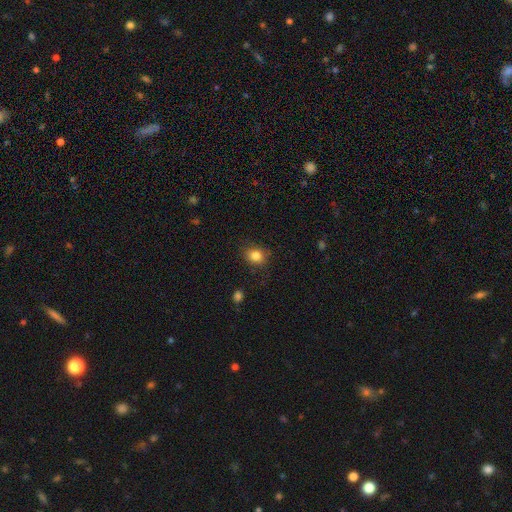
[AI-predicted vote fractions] Smooth or featured?
  - smooth: 84% *
  - star or artifact: 11%
  - featured or disk: 5%
How rounded?
  - round: 59% *
  - in between: 40%
  - cigar-shaped: 1%
Merging?
  - none: 82% *
  - minor disturbance: 13%
  - major disturbance: 4%
  - merger: 1%